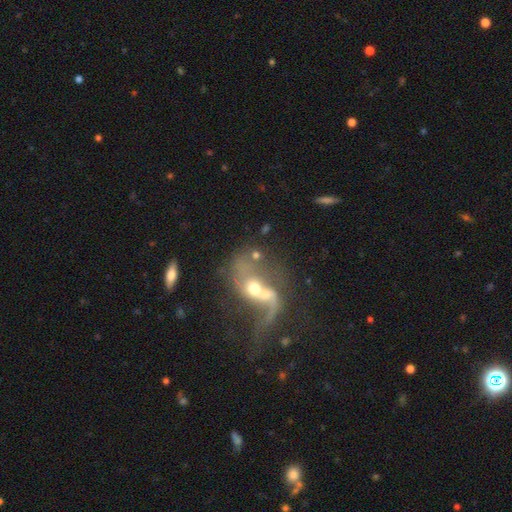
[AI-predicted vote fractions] Smooth or featured? featured or disk (60%)
Edge-on disk? no (96%)
Bar? no (65%)
Spiral arms? yes (63%)
Bulge size? moderate (57%)
Merging? merger (58%)